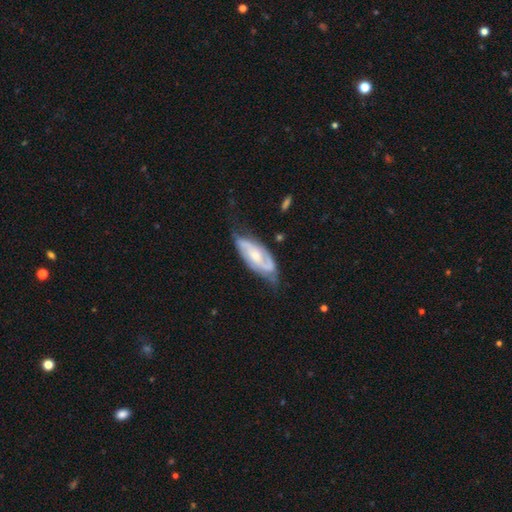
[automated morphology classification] Smooth or featured? featured or disk (78%)
Edge-on disk? no (91%)
Bar? no (50%)
Spiral arms? yes (91%)
Spiral winding? medium (46%)
Spiral arm count? 2 (78%)
Bulge size? moderate (48%)
Merging? none (59%)